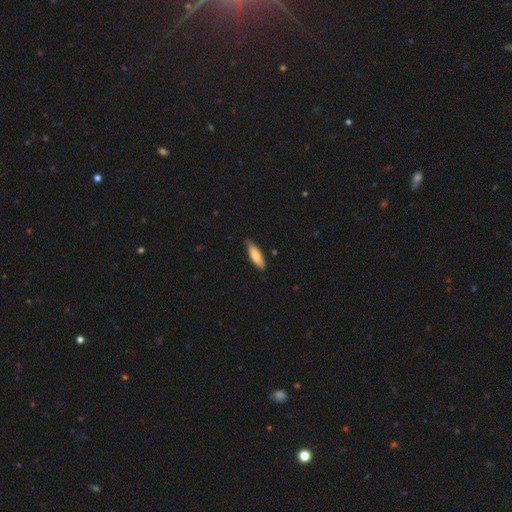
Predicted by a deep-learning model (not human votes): A smooth galaxy with no disk features (76%) that is cigar-shaped (53%). Merging: none (82%).